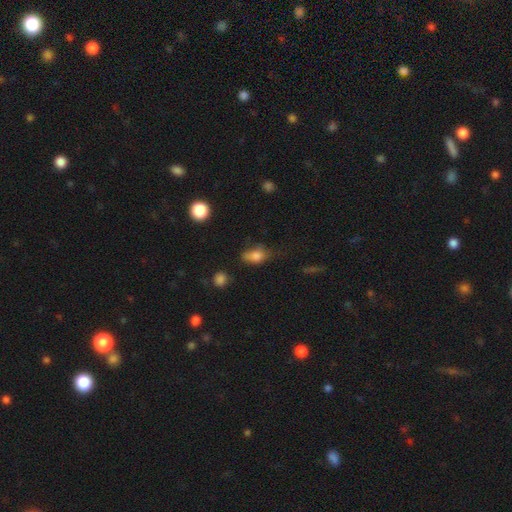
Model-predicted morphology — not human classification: smooth-or-featured: smooth: 76% | featured or disk: 13% | star or artifact: 11%
  how-rounded: in between: 78% | round: 17% | cigar-shaped: 4%
  merging: none: 43% | minor disturbance: 34% | major disturbance: 19% | merger: 4%